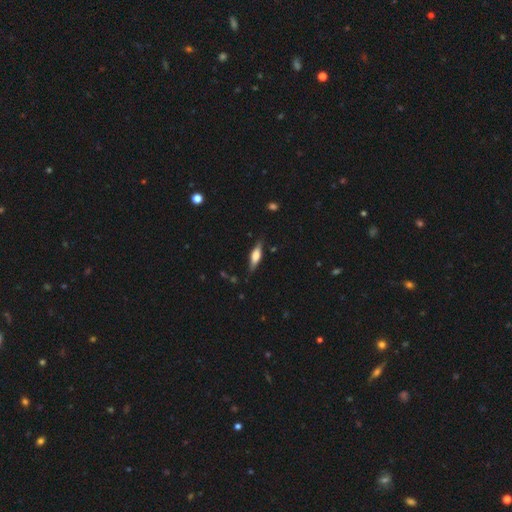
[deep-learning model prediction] Smooth or featured?
  - smooth: 52% *
  - featured or disk: 42%
  - star or artifact: 6%
How rounded?
  - cigar-shaped: 53% *
  - in between: 44%
  - round: 2%
Merging?
  - none: 81% *
  - minor disturbance: 15%
  - major disturbance: 3%
  - merger: 2%